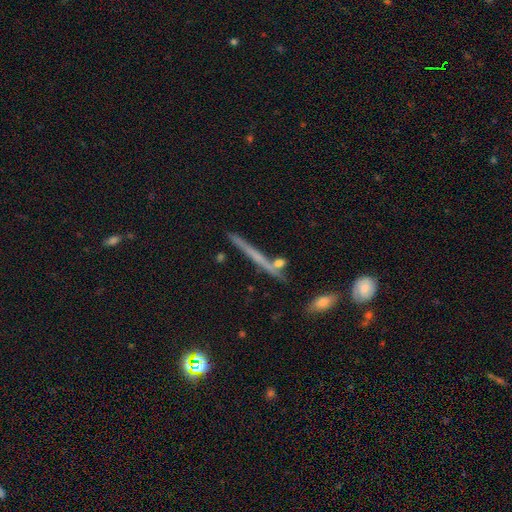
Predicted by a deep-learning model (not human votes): Smooth or featured? Predicted: featured or disk (p=0.52). Edge-on disk? Predicted: yes (p=0.95). Merging? Predicted: none (p=0.80).